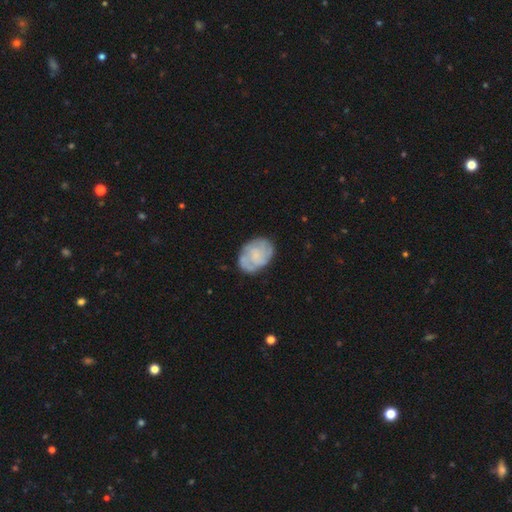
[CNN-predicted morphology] smooth_or_featured: featured or disk (p=0.60) [alt: smooth p=0.33]
disk_edge_on: no (p=0.98) [alt: yes p=0.02]
bar: no (p=0.71) [alt: weak p=0.25]
has_spiral_arms: yes (p=0.81) [alt: no p=0.19]
bulge_size: none (p=0.41) [alt: small p=0.37]
merging: none (p=0.71) [alt: minor disturbance p=0.21]